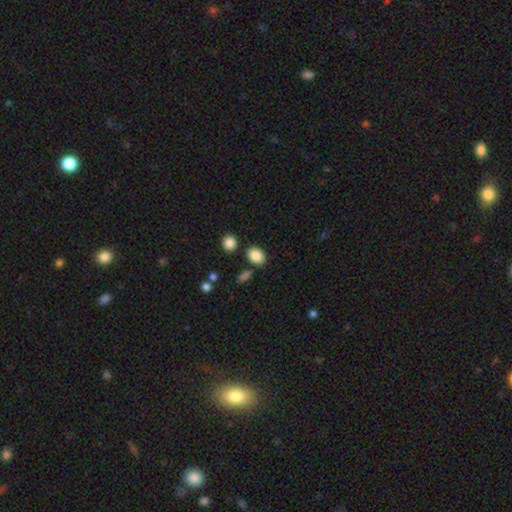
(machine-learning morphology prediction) The model was most divided on "how rounded": in between: 67%, round: 32%, cigar-shaped: 1%. More confident: smooth or featured — smooth (86%); merging — none (78%).